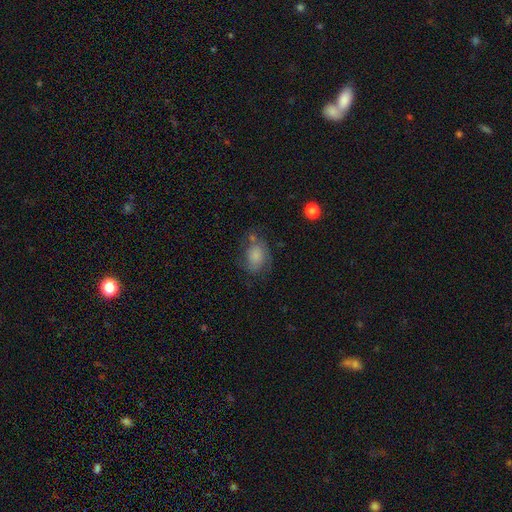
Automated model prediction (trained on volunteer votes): This is likely a smooth galaxy (65%). How rounded: likely in between (72%). Merging: possibly none (47%).